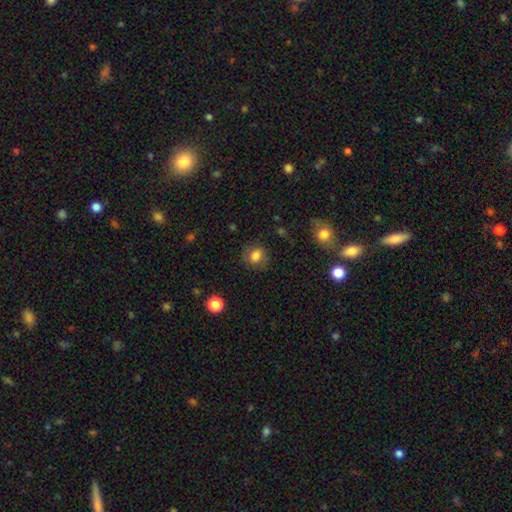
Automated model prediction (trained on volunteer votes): smooth 77%, featured or disk 12%, star or artifact 10%. Down the decision tree: how rounded — round (63%); merging — none (77%).